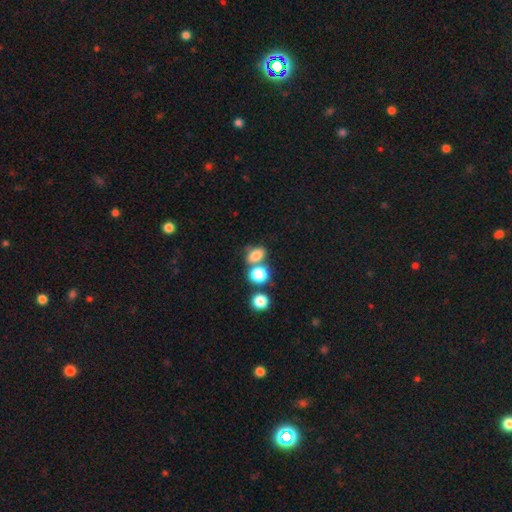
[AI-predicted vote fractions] Overall: smooth (79%). How rounded: in between (66%; round 32%). Merging: none (50%; merger 33%).